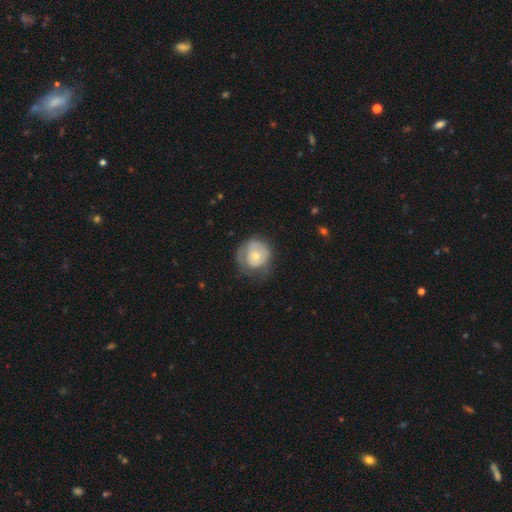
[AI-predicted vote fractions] smooth_or_featured: smooth (p=0.48) [alt: featured or disk p=0.46]
merging: none (p=0.48) [alt: minor disturbance p=0.29]